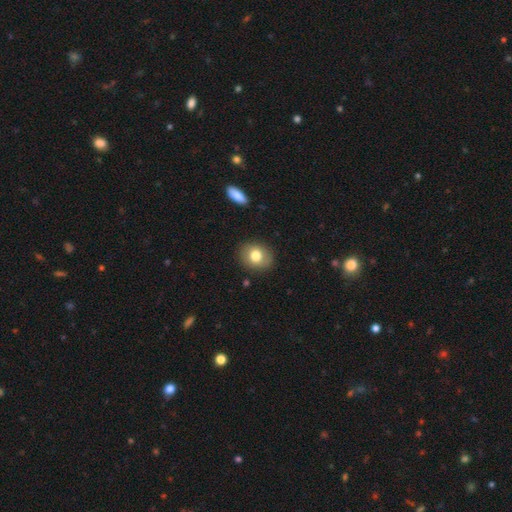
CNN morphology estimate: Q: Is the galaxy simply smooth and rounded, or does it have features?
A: smooth — 78%.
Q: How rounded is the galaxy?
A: round — 63%.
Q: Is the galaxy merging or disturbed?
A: none — 86%.